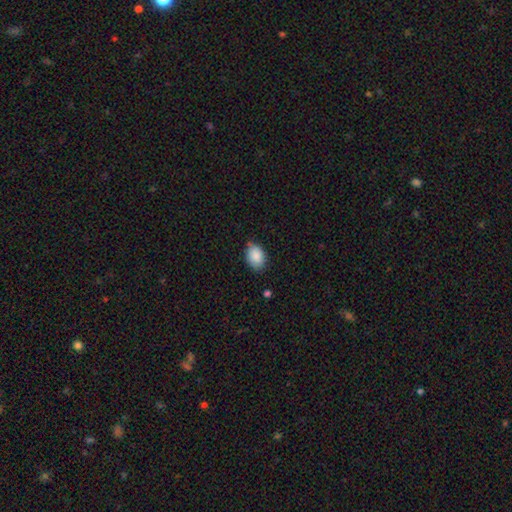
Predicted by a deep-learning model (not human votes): smooth-or-featured: smooth: 89% | star or artifact: 7% | featured or disk: 5%
  how-rounded: in between: 80% | round: 19% | cigar-shaped: 1%
  merging: none: 75% | minor disturbance: 21% | major disturbance: 3% | merger: 1%